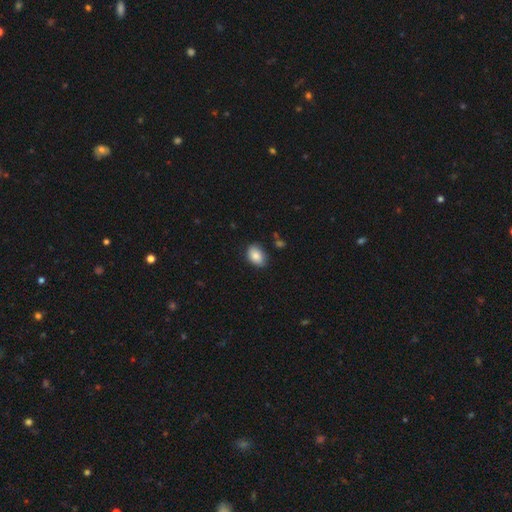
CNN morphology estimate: Smooth or featured? Predicted: smooth (p=0.86). How rounded? Predicted: in between (p=0.85). Merging? Predicted: none (p=0.82).